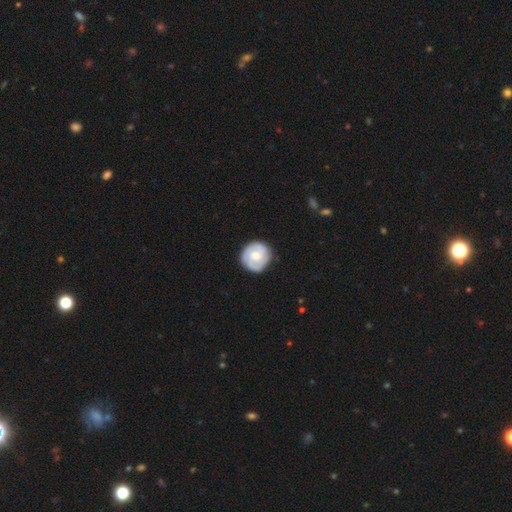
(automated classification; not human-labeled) Morphology: type=featured or disk (54%); edge-on=no (98%); bar=no (70%); spiral arms=yes (85%); bulge=moderate (56%); merging=none (79%).